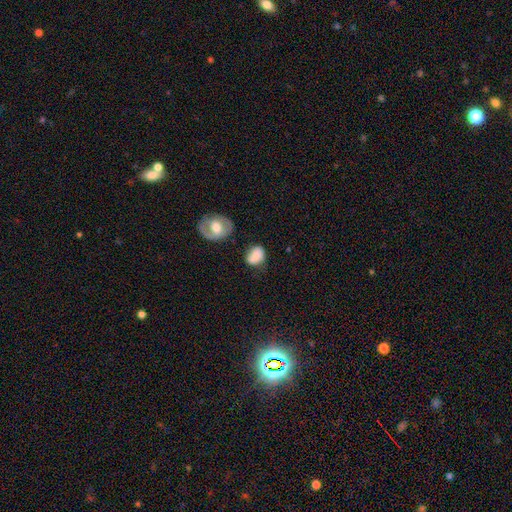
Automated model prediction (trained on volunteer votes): Smooth or featured?
  - smooth: 77% *
  - featured or disk: 14%
  - star or artifact: 8%
How rounded?
  - in between: 56% *
  - round: 43%
  - cigar-shaped: 1%
Merging?
  - none: 52% *
  - minor disturbance: 29%
  - major disturbance: 10%
  - merger: 9%